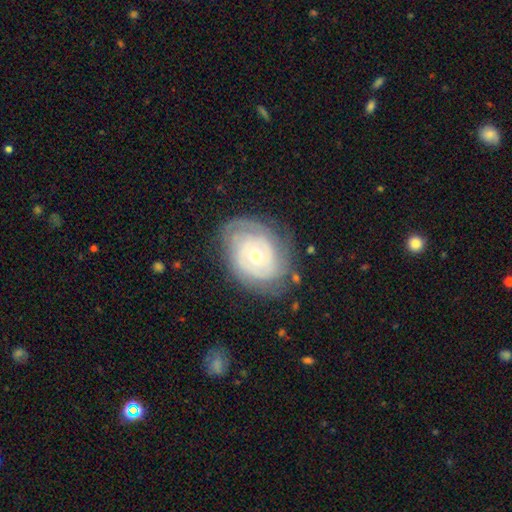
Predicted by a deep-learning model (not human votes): This appears to be a featured or disk galaxy (80%) with no bar (78%), tight (76%) spiral arms (89%) and a moderate central bulge (50%). Merging: none (71%).